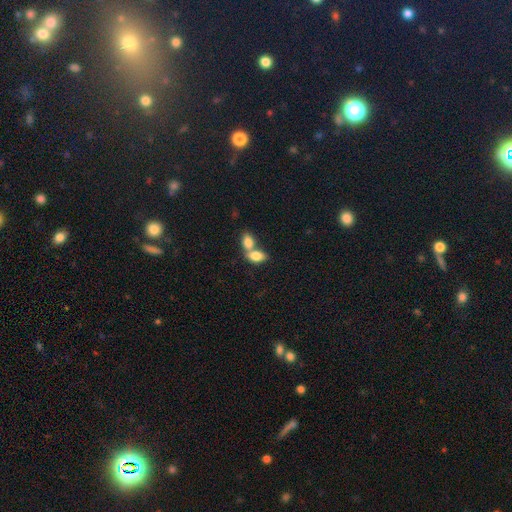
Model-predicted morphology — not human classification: Smooth or featured? smooth (82%)
How rounded? in between (88%)
Merging? merger (67%)